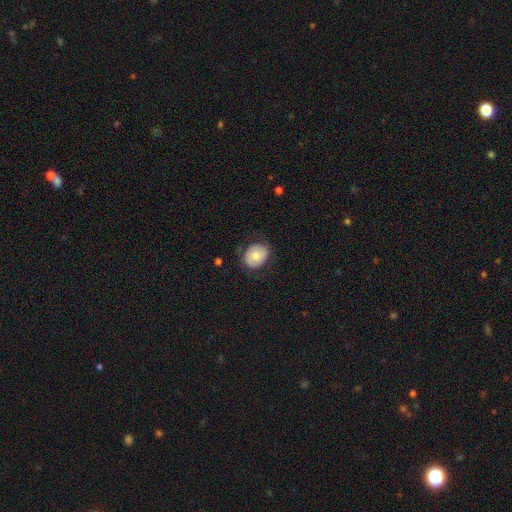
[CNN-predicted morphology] Smooth or featured? Predicted: smooth (p=0.71). How rounded? Predicted: round (p=0.50). Merging? Predicted: none (p=0.78).